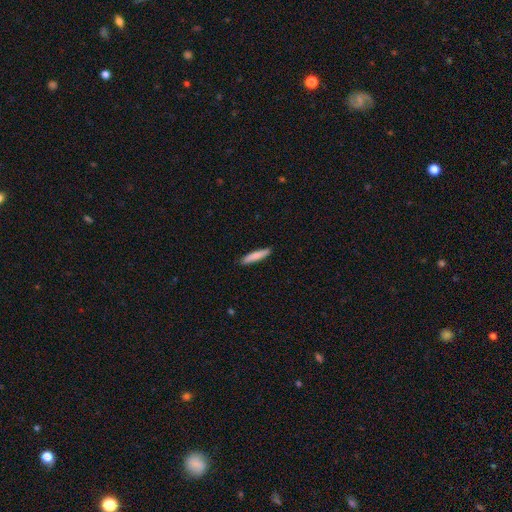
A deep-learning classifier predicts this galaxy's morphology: Smooth or featured? Predicted: smooth (p=0.81). How rounded? Predicted: cigar-shaped (p=0.89). Merging? Predicted: none (p=0.89).